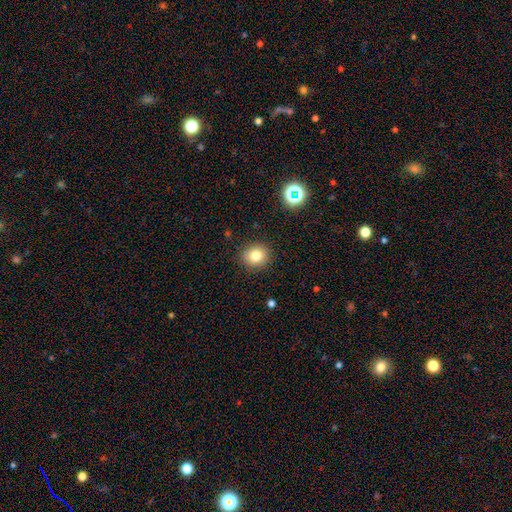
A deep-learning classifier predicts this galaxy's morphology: This is likely a smooth galaxy (80%). How rounded: clearly round (82%). Merging: clearly none (89%).